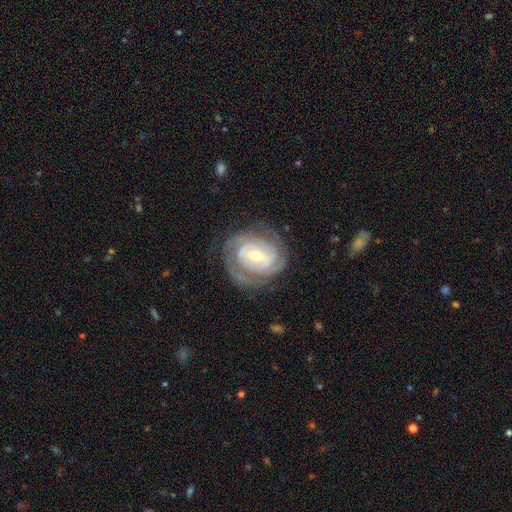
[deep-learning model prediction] Smooth or featured? Predicted: featured or disk (p=0.88). Edge-on disk? Predicted: no (p=0.97). Bar? Predicted: weak (p=0.48). Spiral arms? Predicted: yes (p=0.95). Spiral winding? Predicted: tight (p=0.71). Spiral arm count? Predicted: 2 (p=0.45). Bulge size? Predicted: moderate (p=0.64). Merging? Predicted: none (p=0.74).